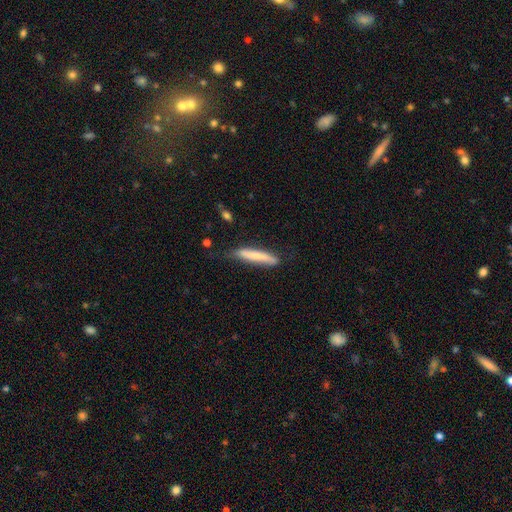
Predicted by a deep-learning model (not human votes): Smooth or featured: smooth — 72% (featured or disk — 23%)
How rounded: cigar-shaped — 93% (in between — 6%)
Merging: none — 69% (minor disturbance — 24%)